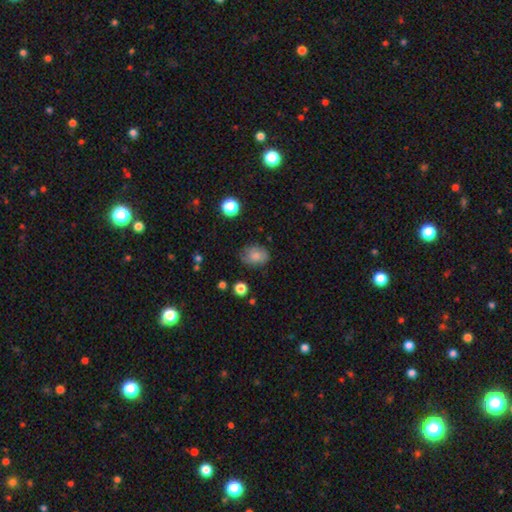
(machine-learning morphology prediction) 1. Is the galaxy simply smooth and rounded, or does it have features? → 78% smooth, 13% featured or disk, 10% star or artifact.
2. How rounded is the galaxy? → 65% in between, 34% round, 1% cigar-shaped.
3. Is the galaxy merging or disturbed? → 67% none, 24% minor disturbance, 7% major disturbance, 2% merger.